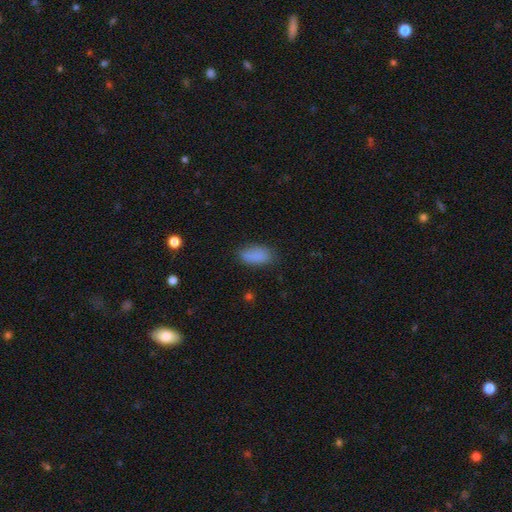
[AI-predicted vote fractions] Overall: smooth (86%). How rounded: in between (90%). Merging: none (77%).